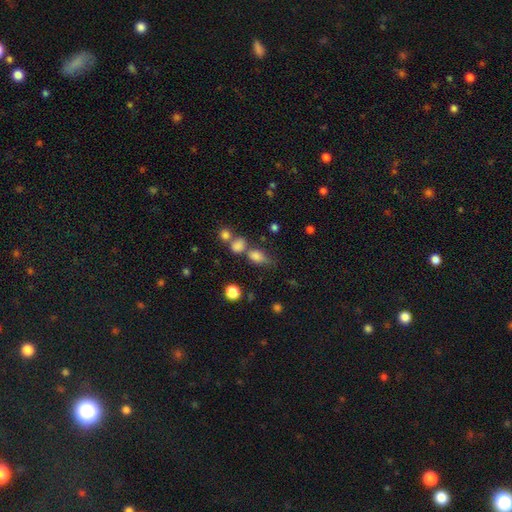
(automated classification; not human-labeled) Smooth or featured: smooth — 72% (star or artifact — 18%)
How rounded: in between — 69% (round — 25%)
Merging: none — 41% (merger — 26%)